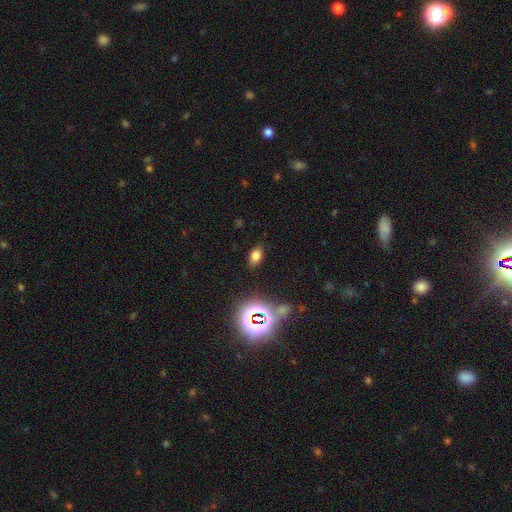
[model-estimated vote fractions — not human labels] smooth-or-featured: smooth: 69% | star or artifact: 22% | featured or disk: 9%
  how-rounded: in between: 86% | round: 12% | cigar-shaped: 3%
  merging: none: 84% | minor disturbance: 11% | major disturbance: 3% | merger: 2%